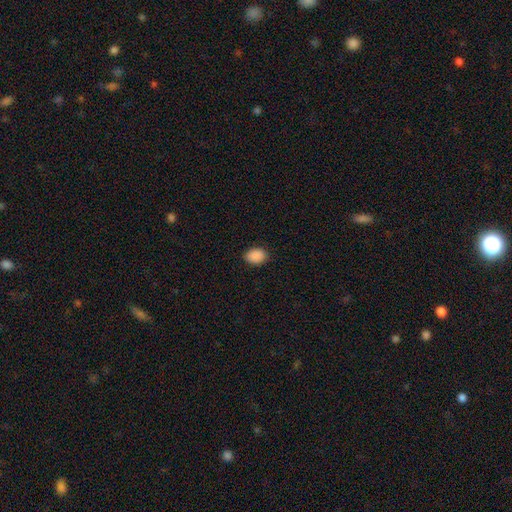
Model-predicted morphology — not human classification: smooth 90%, star or artifact 8%, featured or disk 2%. Down the decision tree: how rounded — in between (74%); merging — none (89%).